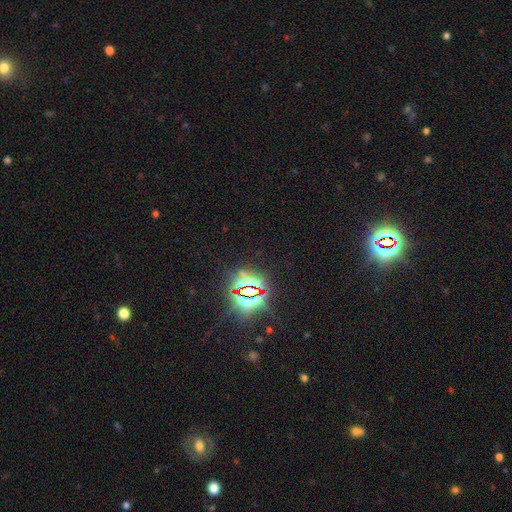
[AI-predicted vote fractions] star or artifact 82%, smooth 11%, featured or disk 7%.